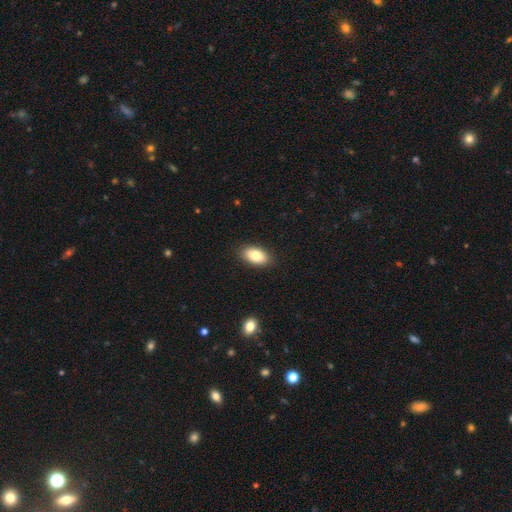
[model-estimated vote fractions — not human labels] smooth 82%, featured or disk 11%, star or artifact 7%. Down the decision tree: how rounded — in between (92%); merging — none (88%).